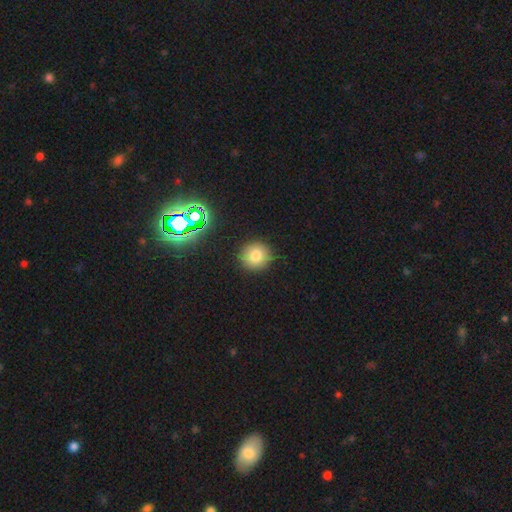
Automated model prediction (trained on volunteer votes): A smooth galaxy with no disk features (77%) that is round (90%).

Vote fractions:
- Smooth or featured? smooth: 77% / star or artifact: 14% / featured or disk: 9%
- How rounded? round: 90% / in between: 9% / cigar-shaped: 1%
- Merging? none: 89% / minor disturbance: 7% / major disturbance: 2% / merger: 1%